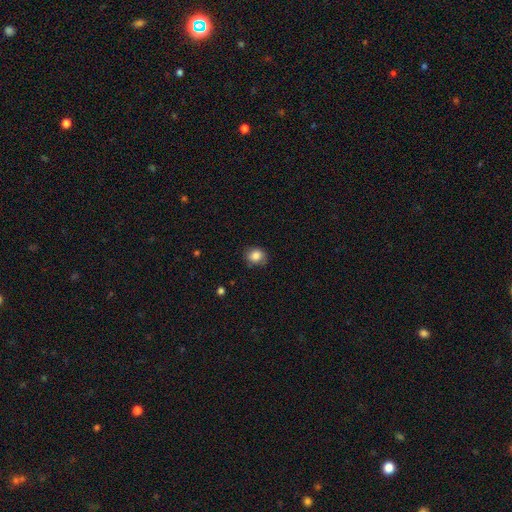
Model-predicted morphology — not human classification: The model was most divided on "how rounded": round: 68%, in between: 31%, cigar-shaped: 1%. More confident: smooth or featured — smooth (85%); merging — none (77%).